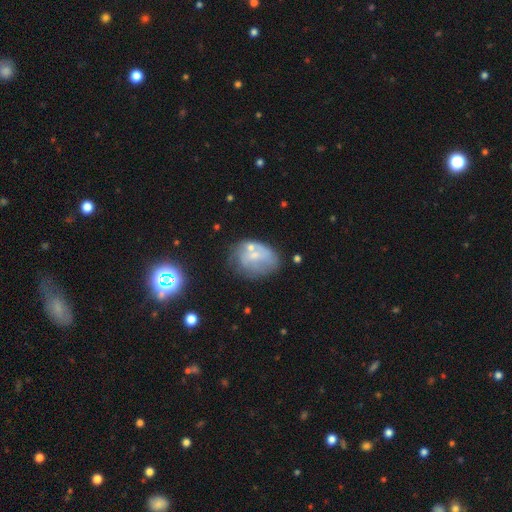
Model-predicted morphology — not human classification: Smooth or featured? Predicted: featured or disk (p=0.46). Merging? Predicted: none (p=0.40).